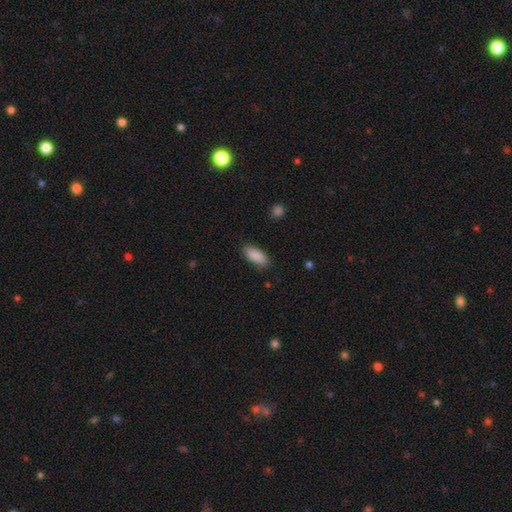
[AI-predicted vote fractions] Smooth or featured: smooth — 89% (star or artifact — 7%)
How rounded: in between — 81% (cigar-shaped — 17%)
Merging: none — 85% (minor disturbance — 12%)